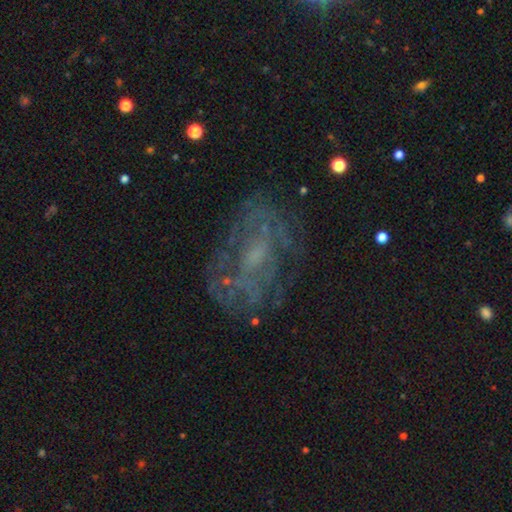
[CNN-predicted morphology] This appears to be a featured or disk galaxy (61%) with no bar (55%), spiral arms (60%) and a small central bulge (54%). Merging: none (68%).